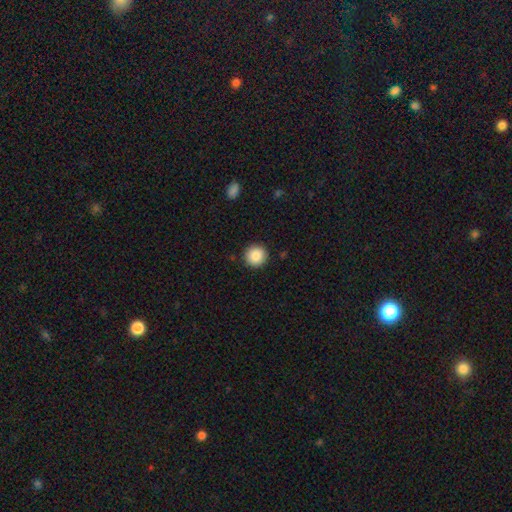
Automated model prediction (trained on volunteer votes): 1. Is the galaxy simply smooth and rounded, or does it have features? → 88% smooth, 8% star or artifact, 4% featured or disk.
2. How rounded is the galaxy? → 95% round, 4% in between, 1% cigar-shaped.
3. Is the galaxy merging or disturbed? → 92% none, 5% minor disturbance, 2% major disturbance, 1% merger.